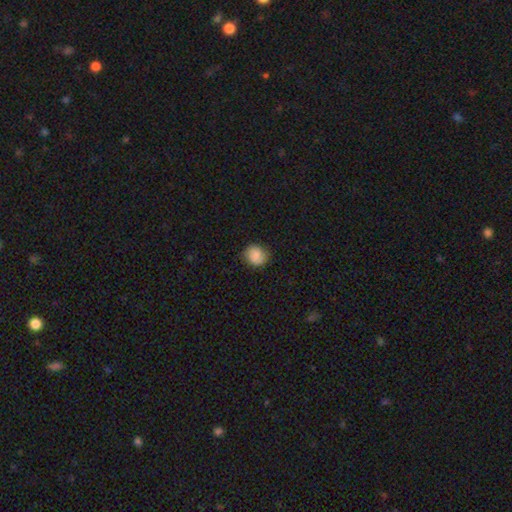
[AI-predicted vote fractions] Smooth or featured: smooth — 83% (featured or disk — 9%)
How rounded: round — 79% (in between — 20%)
Merging: none — 83% (minor disturbance — 13%)